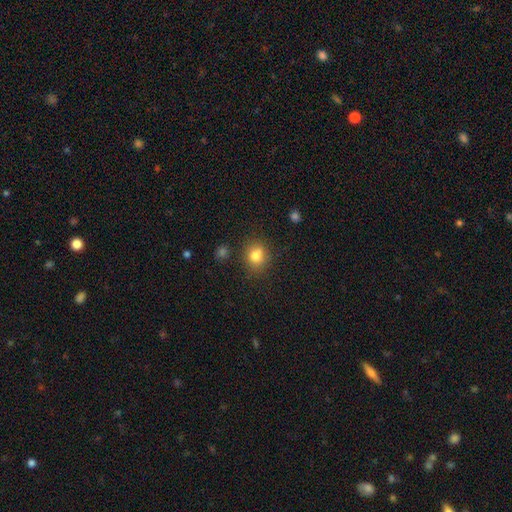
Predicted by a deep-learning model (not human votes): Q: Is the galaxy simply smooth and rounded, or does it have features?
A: smooth — 80%.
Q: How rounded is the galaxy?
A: round — 69%.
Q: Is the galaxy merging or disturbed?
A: none — 74%.